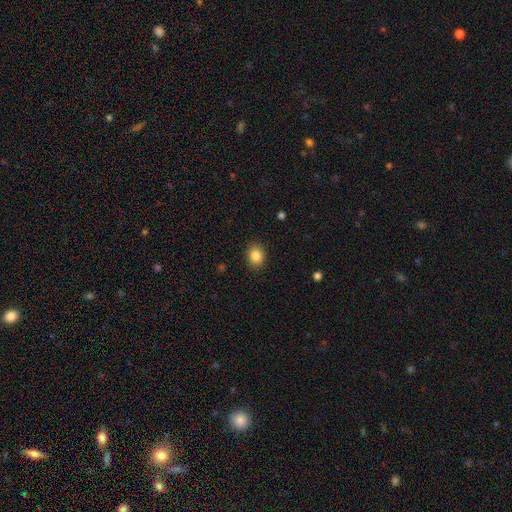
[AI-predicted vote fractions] A smooth galaxy with no disk features (86%) that is round (57%). Merging: none (89%).